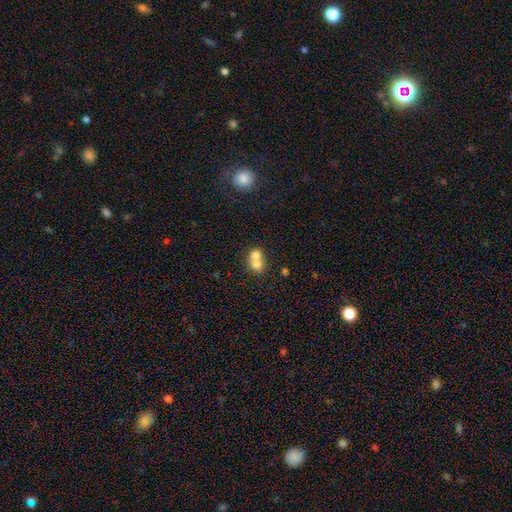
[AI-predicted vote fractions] The model was most divided on "how rounded": round: 70%, in between: 29%, cigar-shaped: 1%. More confident: smooth or featured — smooth (71%); merging — merger (70%).